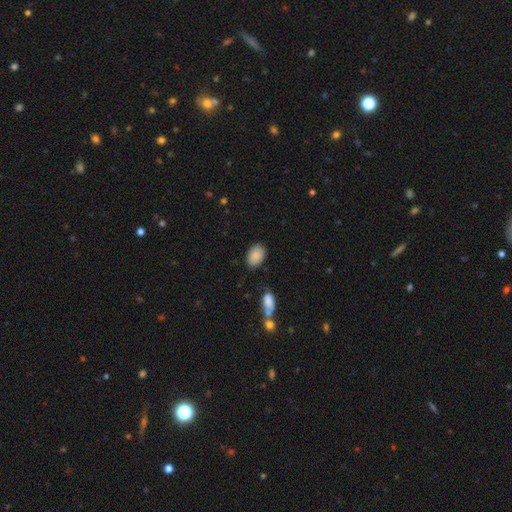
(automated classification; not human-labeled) Q: Smooth or featured?
A: smooth (88%); runner-up: star or artifact (7%)
Q: How rounded?
A: in between (86%); runner-up: round (12%)
Q: Merging?
A: none (80%); runner-up: minor disturbance (13%)